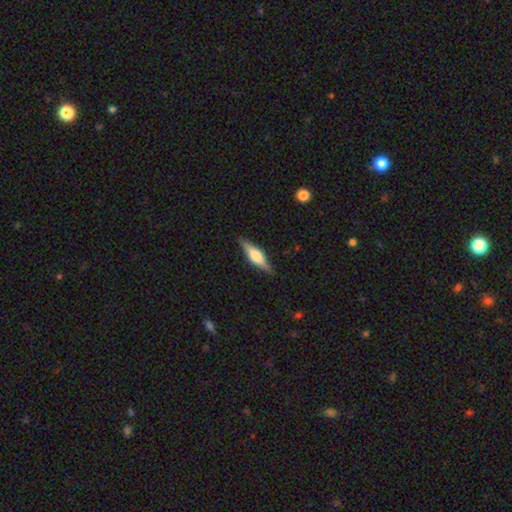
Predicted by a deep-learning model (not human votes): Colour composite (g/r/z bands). It shows a featured or disk galaxy (64%) viewed edge-on (97%) with a rounded central bulge (82%). Merging: none (89%).